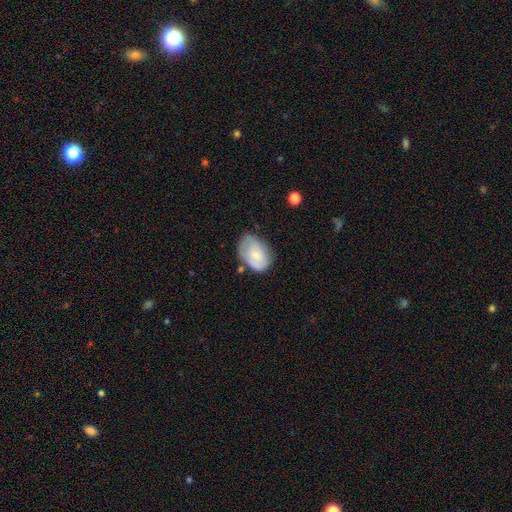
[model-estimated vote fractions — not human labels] smooth_or_featured: smooth (p=0.52) [alt: featured or disk p=0.41]
how_rounded: in between (p=0.82) [alt: round p=0.17]
merging: none (p=0.58) [alt: minor disturbance p=0.29]